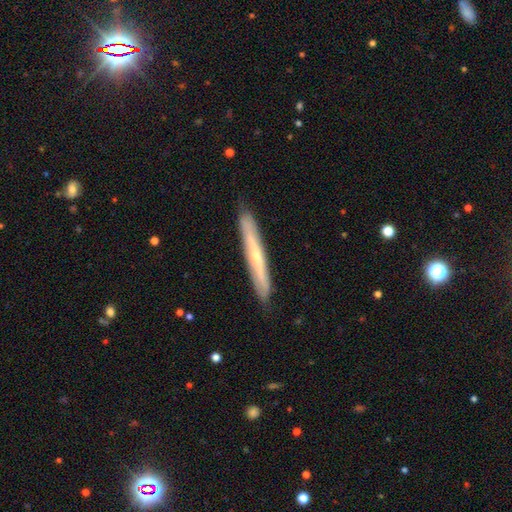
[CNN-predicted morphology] Smooth or featured?
  - featured or disk: 61% *
  - smooth: 33%
  - star or artifact: 6%
Edge-on disk?
  - yes: 88% *
  - no: 12%
Edge-on bulge?
  - rounded: 61% *
  - none: 36%
  - boxy: 3%
Merging?
  - none: 87% *
  - minor disturbance: 10%
  - major disturbance: 2%
  - merger: 1%